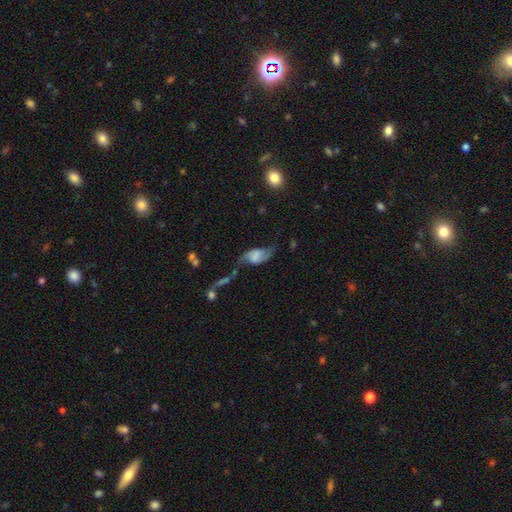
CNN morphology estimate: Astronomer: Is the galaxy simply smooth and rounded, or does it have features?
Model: featured or disk — 71%.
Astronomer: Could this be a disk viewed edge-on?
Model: no — 95%.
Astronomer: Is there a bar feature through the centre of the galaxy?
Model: weak — 45% (runner-up: no, 32%).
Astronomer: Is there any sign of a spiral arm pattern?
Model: yes — 90%.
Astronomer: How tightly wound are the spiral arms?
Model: loose — 71%.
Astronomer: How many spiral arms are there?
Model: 2 — 90%.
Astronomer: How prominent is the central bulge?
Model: none — 50%.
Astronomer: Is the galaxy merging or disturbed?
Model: none — 48%.